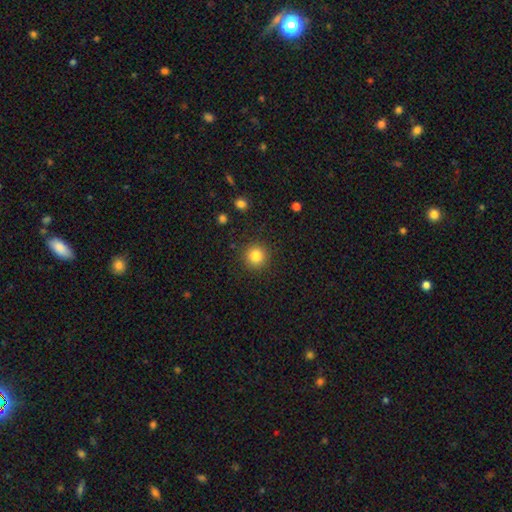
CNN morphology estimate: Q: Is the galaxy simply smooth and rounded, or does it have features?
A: smooth — 84%.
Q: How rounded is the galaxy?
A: round — 94%.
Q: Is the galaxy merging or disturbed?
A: none — 90%.